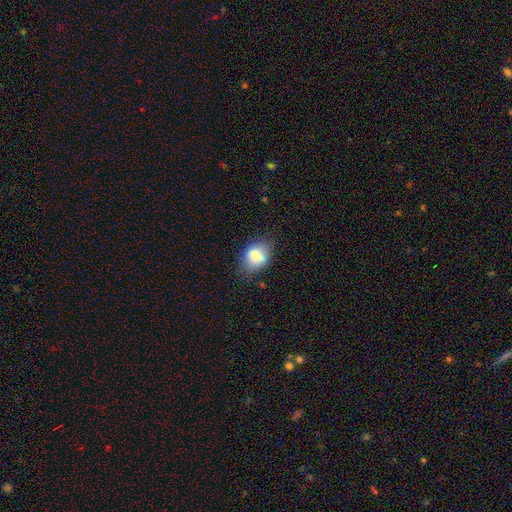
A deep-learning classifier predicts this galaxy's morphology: This is likely a smooth galaxy (77%). How rounded: likely in between (69%). Merging: possibly none (57%).